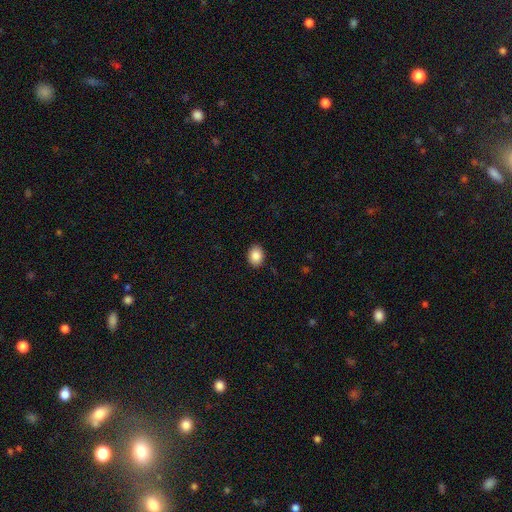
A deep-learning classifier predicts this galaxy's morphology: Smooth or featured? Predicted: smooth (p=0.88). How rounded? Predicted: in between (p=0.63). Merging? Predicted: none (p=0.90).